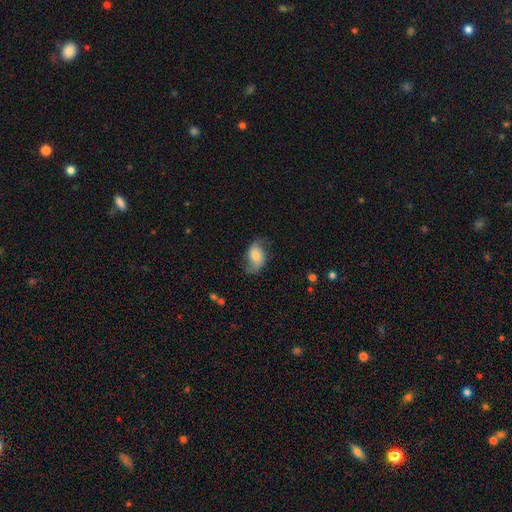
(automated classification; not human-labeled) A smooth galaxy with no disk features (50%). Merging: none (61%).